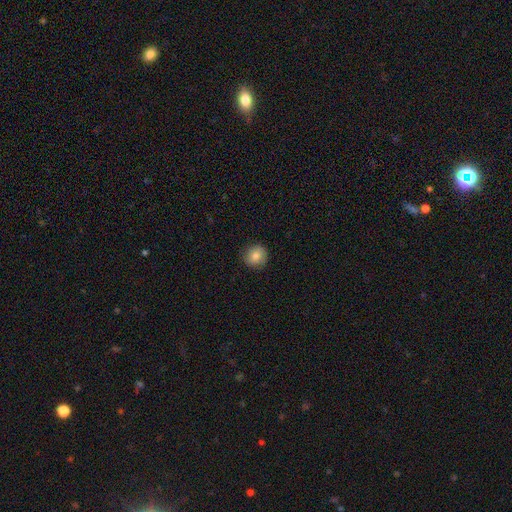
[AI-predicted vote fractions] Morphology: type=smooth (81%); roundness=round (89%); merging=none (87%).